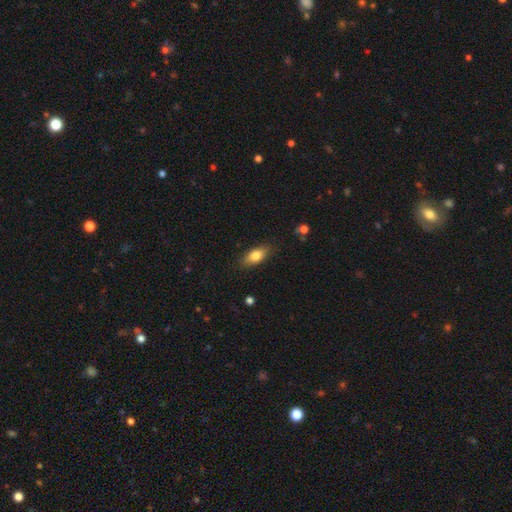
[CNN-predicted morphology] Smooth or featured? Predicted: smooth (p=0.76). How rounded? Predicted: in between (p=0.79). Merging? Predicted: none (p=0.84).